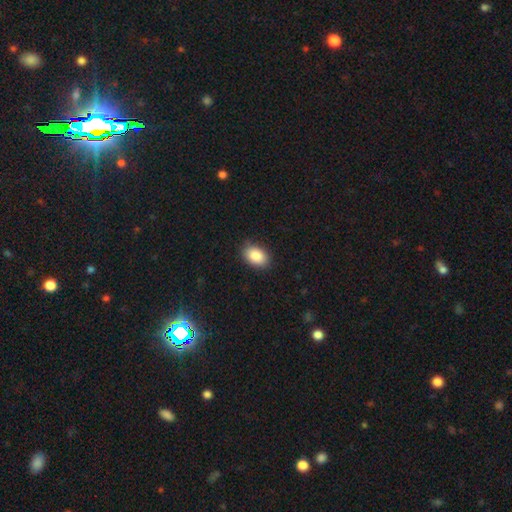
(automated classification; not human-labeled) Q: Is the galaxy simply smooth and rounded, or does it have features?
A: smooth — 88%.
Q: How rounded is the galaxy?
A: in between — 83%.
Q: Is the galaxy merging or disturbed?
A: none — 85%.